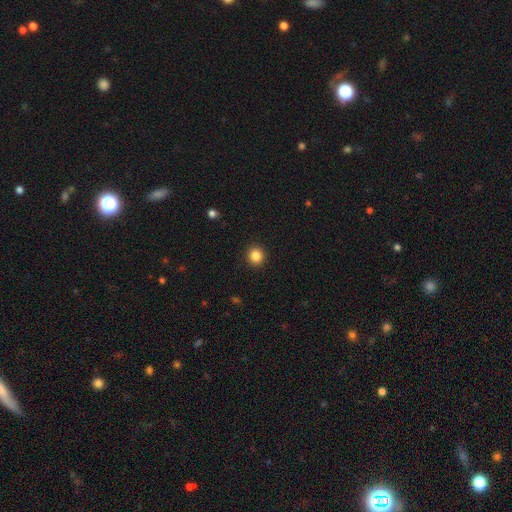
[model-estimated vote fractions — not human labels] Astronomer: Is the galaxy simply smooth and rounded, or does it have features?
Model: smooth — 85%.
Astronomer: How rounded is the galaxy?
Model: round — 91%.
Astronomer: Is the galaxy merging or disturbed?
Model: none — 93%.